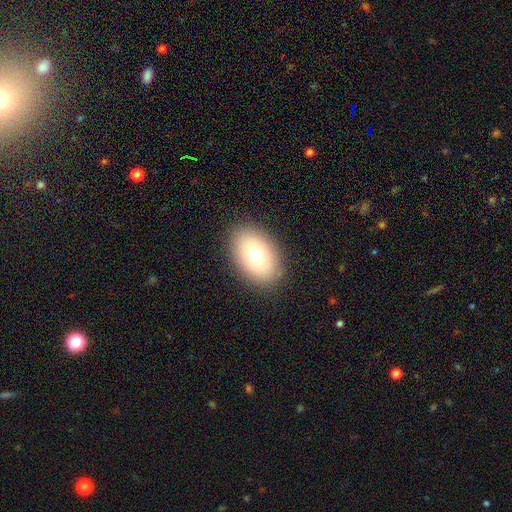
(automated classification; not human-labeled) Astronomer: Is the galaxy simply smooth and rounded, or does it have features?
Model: smooth — 72%.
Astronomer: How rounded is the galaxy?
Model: in between — 83%.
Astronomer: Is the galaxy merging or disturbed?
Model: none — 87%.